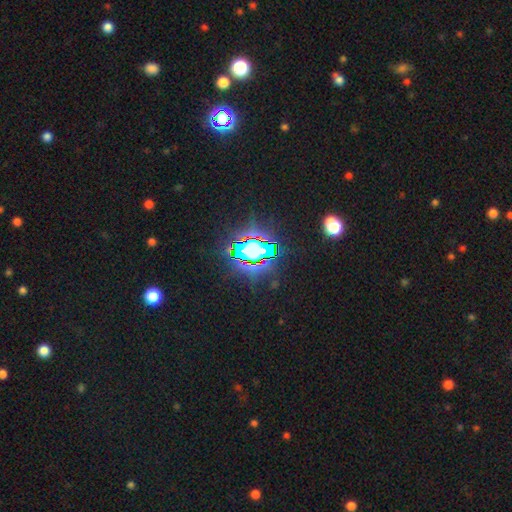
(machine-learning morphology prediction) A star or artifact, not a galaxy (84%).

Vote fractions:
- Smooth or featured? star or artifact: 84% / smooth: 9% / featured or disk: 7%